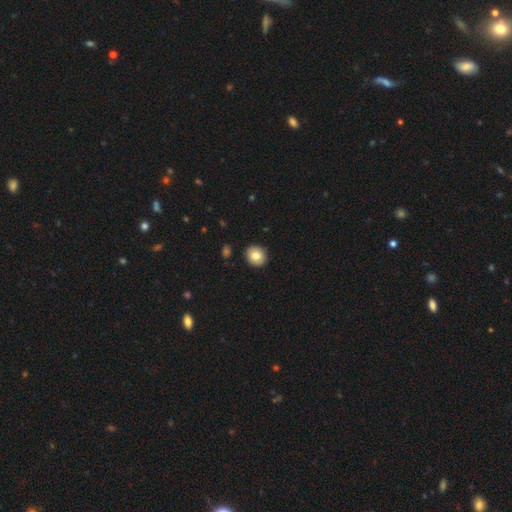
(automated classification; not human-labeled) Q: Smooth or featured?
A: smooth (83%); runner-up: featured or disk (9%)
Q: How rounded?
A: round (73%); runner-up: in between (26%)
Q: Merging?
A: none (91%); runner-up: minor disturbance (6%)